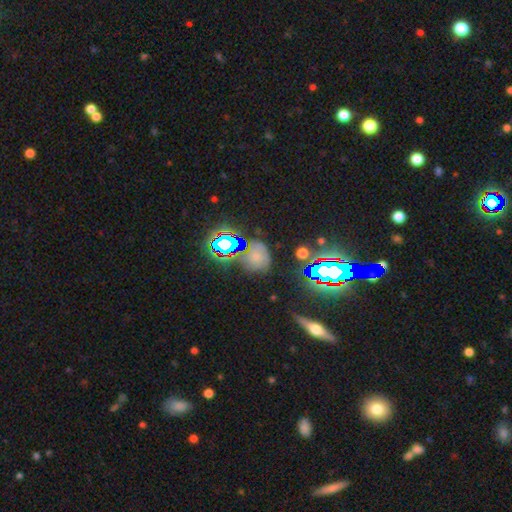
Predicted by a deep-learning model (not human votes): Morphology: type=star or artifact (43%).